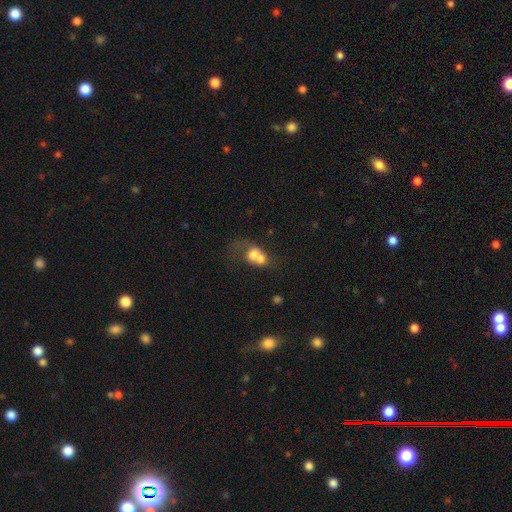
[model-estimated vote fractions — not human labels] smooth_or_featured: smooth (p=0.63) [alt: featured or disk p=0.27]
how_rounded: round (p=0.57) [alt: in between p=0.41]
merging: merger (p=0.73) [alt: none p=0.14]